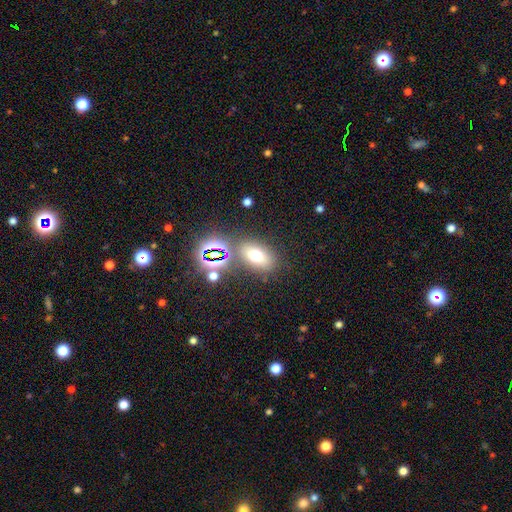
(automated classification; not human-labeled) A smooth galaxy with no disk features (62%) that is in between round and cigar-shaped (77%).

Vote fractions:
- Smooth or featured? smooth: 62% / star or artifact: 24% / featured or disk: 14%
- How rounded? in between: 77% / round: 19% / cigar-shaped: 4%
- Merging? none: 75% / minor disturbance: 11% / merger: 9% / major disturbance: 5%